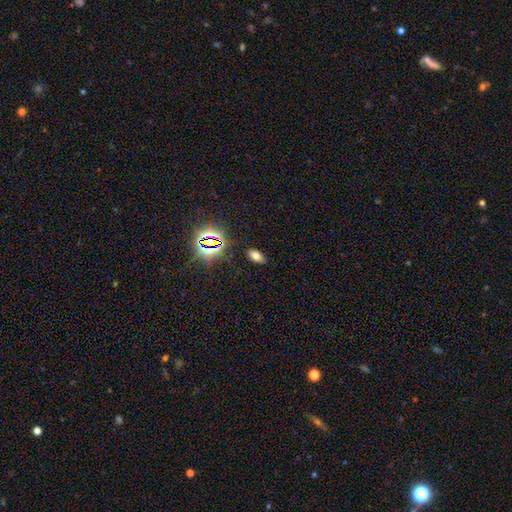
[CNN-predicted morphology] A smooth galaxy with no disk features (65%) that is in between round and cigar-shaped (88%). Merging: none (85%).